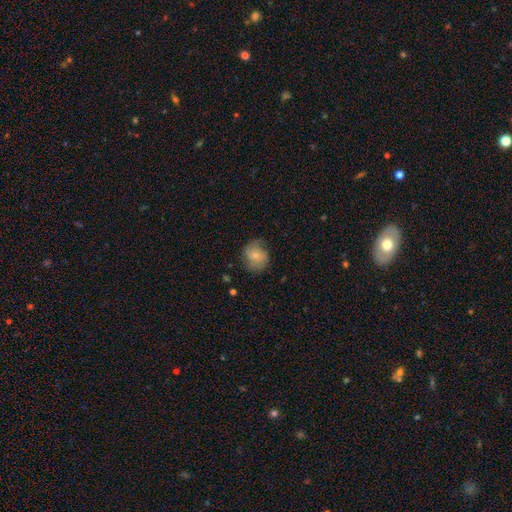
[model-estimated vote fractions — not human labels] Q: Smooth or featured?
A: smooth (60%); runner-up: featured or disk (32%)
Q: How rounded?
A: round (75%); runner-up: in between (24%)
Q: Merging?
A: none (65%); runner-up: minor disturbance (24%)